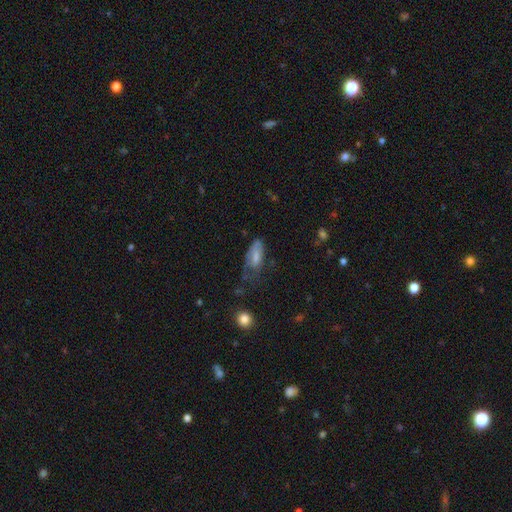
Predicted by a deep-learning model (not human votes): smooth-or-featured: smooth: 61% | featured or disk: 30% | star or artifact: 8%
  how-rounded: in between: 82% | cigar-shaped: 15% | round: 3%
  merging: minor disturbance: 32% (tied) | major disturbance: 32% (tied) | none: 32% (tied) | merger: 4%